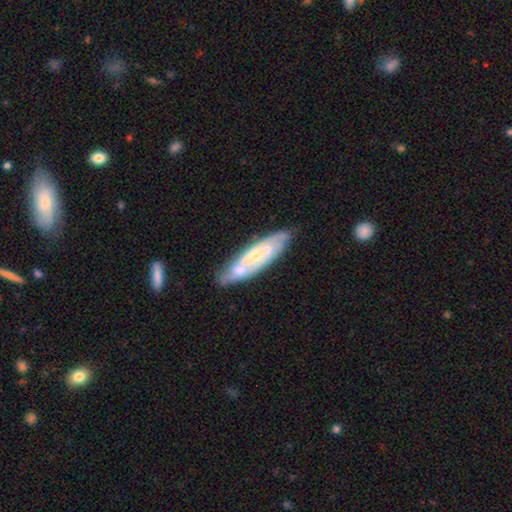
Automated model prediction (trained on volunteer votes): Morphology: type=featured or disk (68%); edge-on=no (77%); bar=no (58%); spiral arms=yes (77%); bulge=small (58%); merging=none (64%).